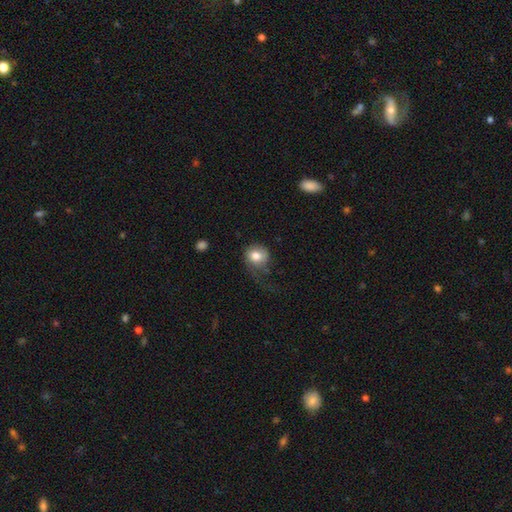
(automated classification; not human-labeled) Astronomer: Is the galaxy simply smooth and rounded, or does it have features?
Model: smooth — 76%.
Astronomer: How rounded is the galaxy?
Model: round — 75%.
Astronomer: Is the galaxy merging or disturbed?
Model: none — 39% (runner-up: major disturbance, 34%).